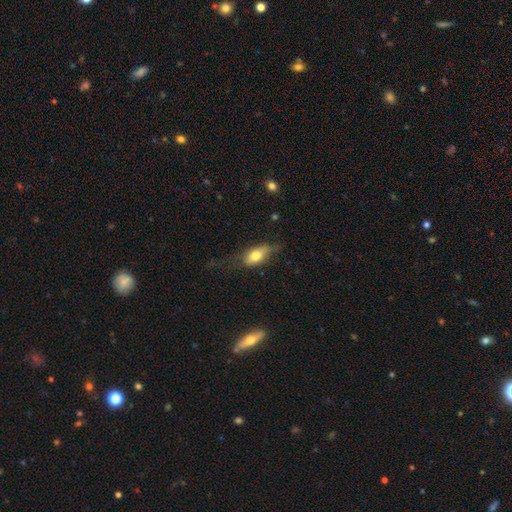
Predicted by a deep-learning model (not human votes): This appears to be a smooth galaxy with no disk features (69%) that is in between round and cigar-shaped (84%). Merging: none (46%).